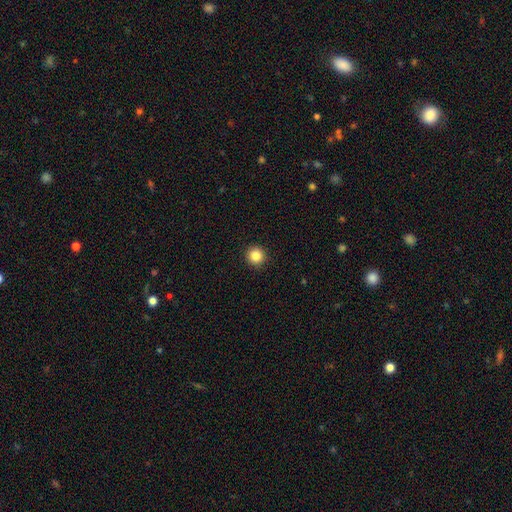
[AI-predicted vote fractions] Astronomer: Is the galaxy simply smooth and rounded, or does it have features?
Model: smooth — 85%.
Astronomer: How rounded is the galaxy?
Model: round — 95%.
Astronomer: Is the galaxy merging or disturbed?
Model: none — 93%.